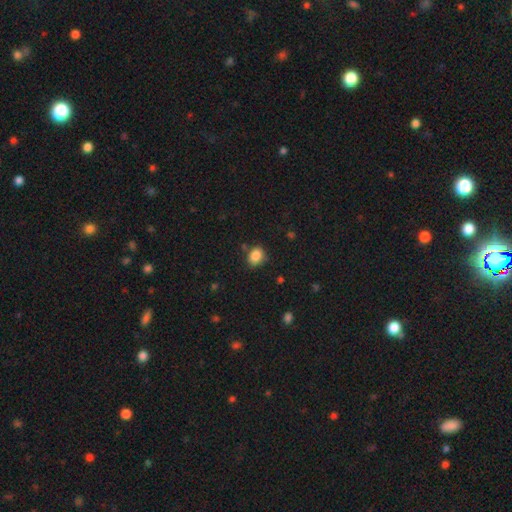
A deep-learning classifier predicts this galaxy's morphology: This is clearly a smooth galaxy (86%). How rounded: possibly round (52%). Merging: likely none (79%).